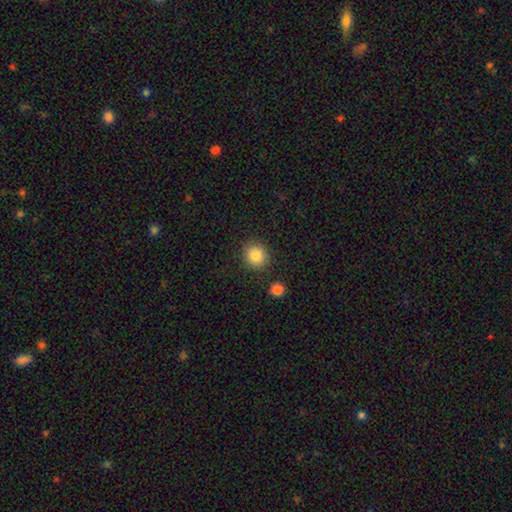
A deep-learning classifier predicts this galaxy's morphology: smooth-or-featured: smooth: 85% | star or artifact: 10% | featured or disk: 5%
  how-rounded: round: 88% | in between: 11% | cigar-shaped: 1%
  merging: none: 88% | minor disturbance: 7% | merger: 3% | major disturbance: 3%